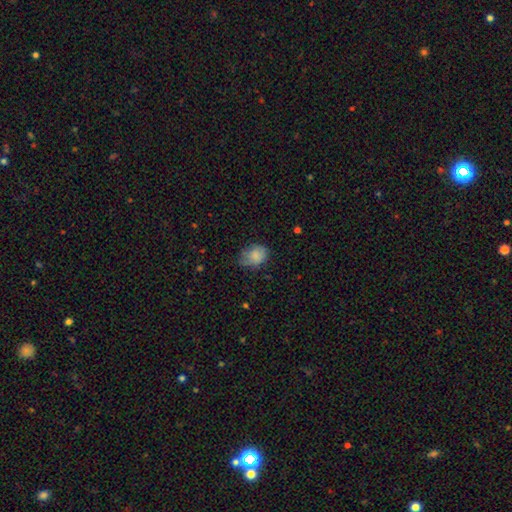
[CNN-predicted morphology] A smooth galaxy with no disk features (81%) that is in between round and cigar-shaped (55%). Merging: none (52%).